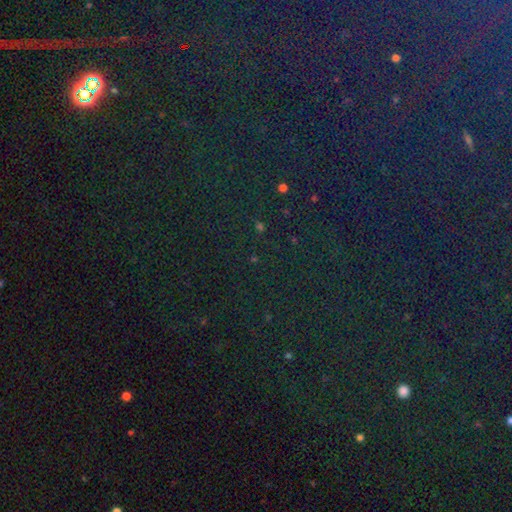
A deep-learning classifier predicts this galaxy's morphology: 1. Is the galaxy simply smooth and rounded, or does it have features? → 81% star or artifact, 11% smooth, 8% featured or disk.